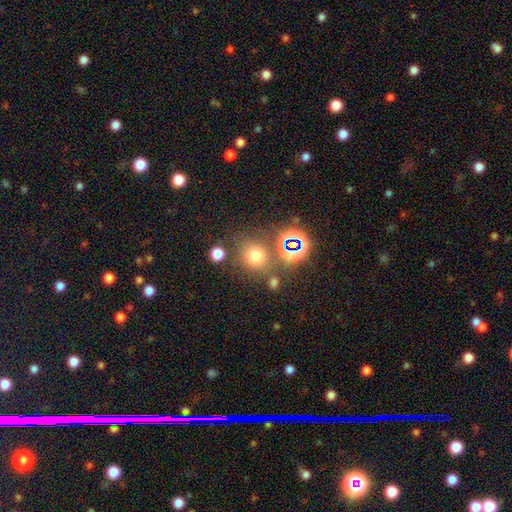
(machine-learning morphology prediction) A smooth galaxy with no disk features (67%) that is round (85%).

Vote fractions:
- Smooth or featured? smooth: 67% / star or artifact: 24% / featured or disk: 9%
- How rounded? round: 85% / in between: 14% / cigar-shaped: 1%
- Merging? none: 72% / minor disturbance: 11% / merger: 11% / major disturbance: 6%